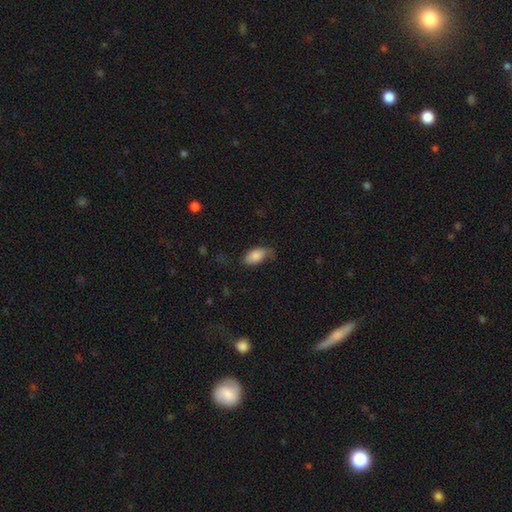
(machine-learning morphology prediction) This appears to be a smooth galaxy with no disk features (77%) that is in between round and cigar-shaped (93%). Merging: none (50%).